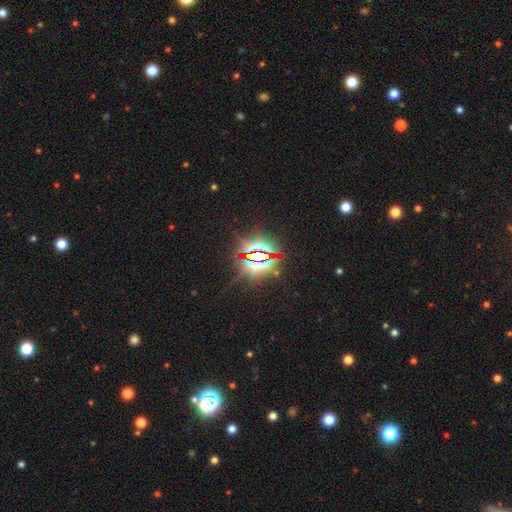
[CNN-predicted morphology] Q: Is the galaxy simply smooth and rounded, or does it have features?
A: star or artifact — 82%.